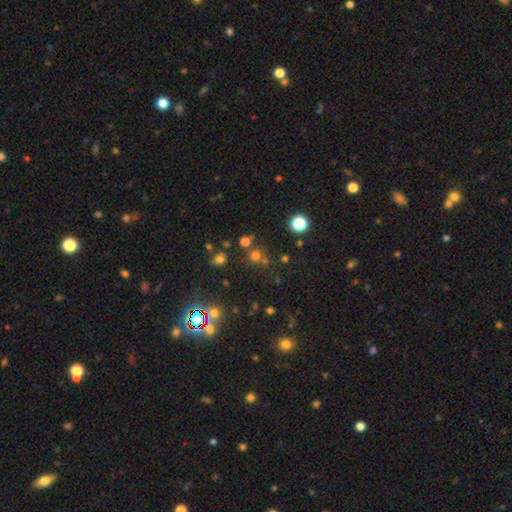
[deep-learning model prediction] smooth 61%, star or artifact 31%, featured or disk 8%. Down the decision tree: how rounded — round (90%); merging — none (70%).